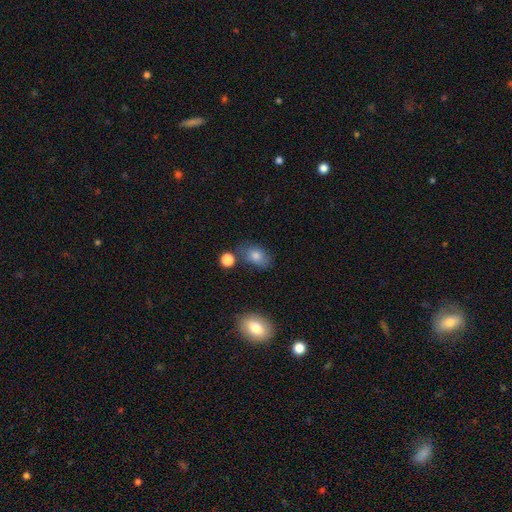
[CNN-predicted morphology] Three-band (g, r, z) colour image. It shows a smooth galaxy with no disk features (76%) that is in between round and cigar-shaped (77%). Merging: none (66%).